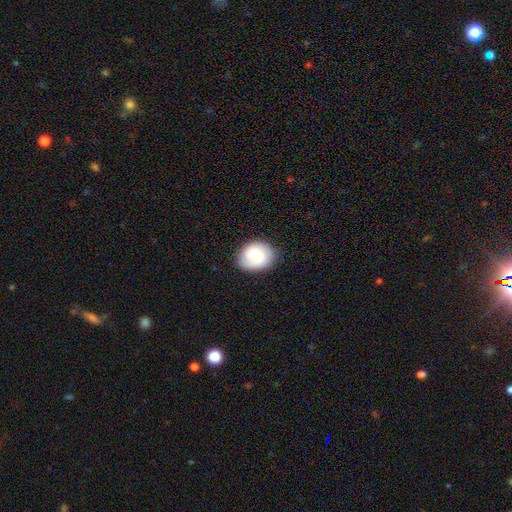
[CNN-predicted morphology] Smooth or featured? Predicted: smooth (p=0.62). How rounded? Predicted: in between (p=0.50). Merging? Predicted: none (p=0.83).